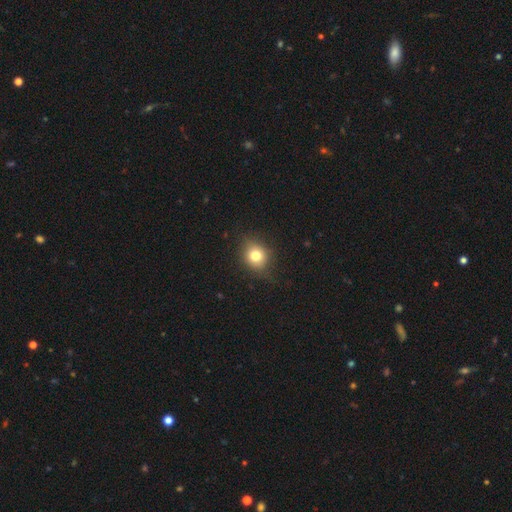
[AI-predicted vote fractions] Morphology: type=smooth (77%); roundness=round (72%); merging=none (79%).